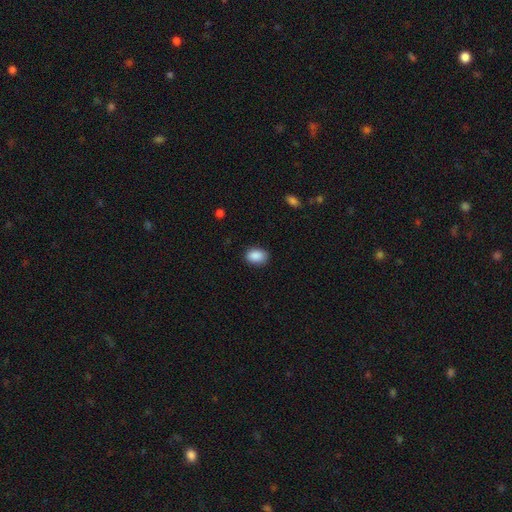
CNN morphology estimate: A smooth galaxy with no disk features (89%) that is in between round and cigar-shaped (81%). Merging: none (85%).